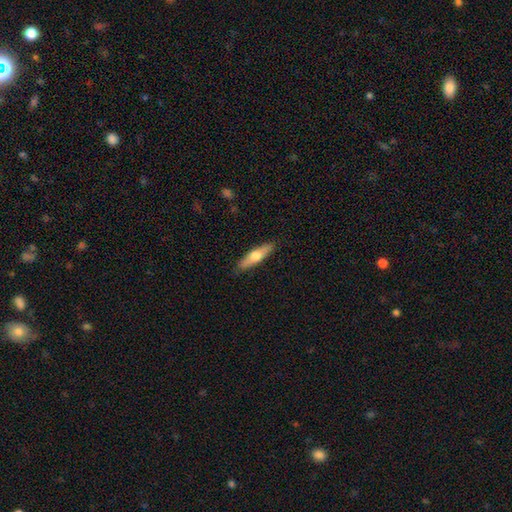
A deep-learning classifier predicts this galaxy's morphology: Smooth or featured?
  - smooth: 51% *
  - featured or disk: 43%
  - star or artifact: 5%
How rounded?
  - cigar-shaped: 71% *
  - in between: 27%
  - round: 2%
Merging?
  - none: 89% *
  - minor disturbance: 9%
  - major disturbance: 2%
  - merger: 1%